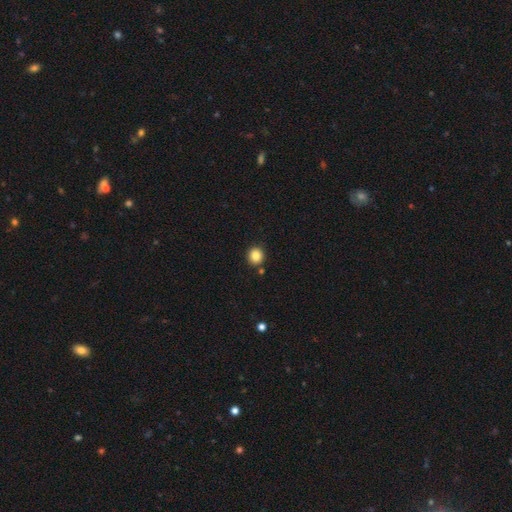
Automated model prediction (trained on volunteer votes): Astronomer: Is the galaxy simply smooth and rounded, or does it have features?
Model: smooth — 85%.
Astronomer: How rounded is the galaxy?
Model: round — 91%.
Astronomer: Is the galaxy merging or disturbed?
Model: none — 87%.